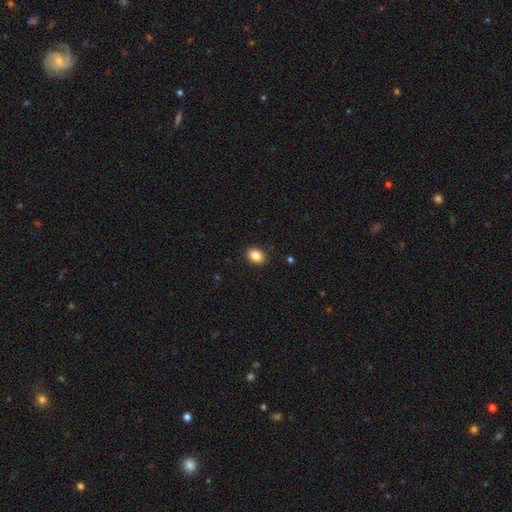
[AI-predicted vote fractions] This appears to be a smooth galaxy with no disk features (86%) that is in between round and cigar-shaped (62%). Merging: none (90%).